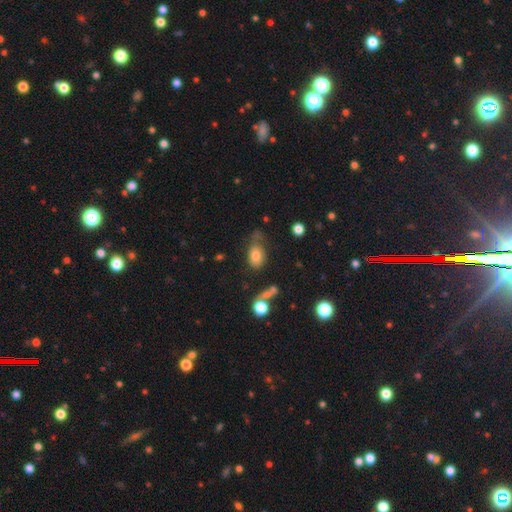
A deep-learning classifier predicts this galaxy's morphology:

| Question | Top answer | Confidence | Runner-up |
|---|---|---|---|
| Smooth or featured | smooth | 78% | featured or disk (12%) |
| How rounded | in between | 80% | round (18%) |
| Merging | none | 48% | minor disturbance (27%) |